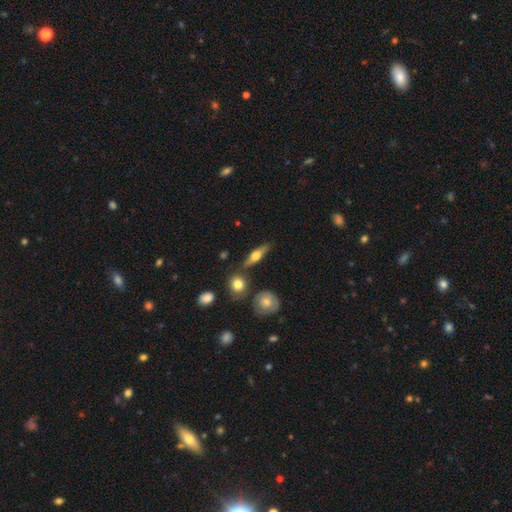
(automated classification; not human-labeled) Smooth or featured?
  - featured or disk: 55% *
  - smooth: 38%
  - star or artifact: 7%
Edge-on disk?
  - yes: 91% *
  - no: 9%
Edge-on bulge?
  - rounded: 93% *
  - boxy: 5%
  - none: 2%
Merging?
  - none: 79% *
  - minor disturbance: 12%
  - merger: 6%
  - major disturbance: 3%